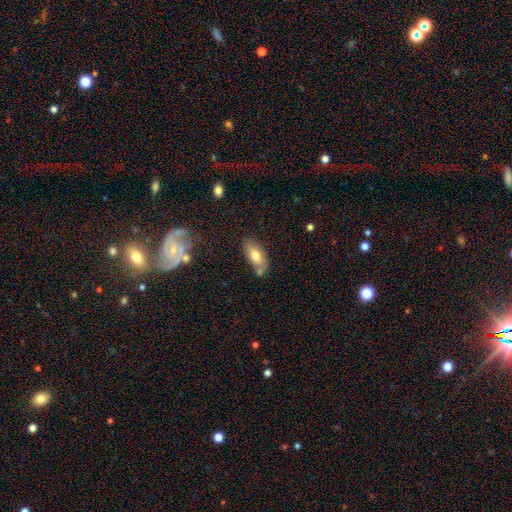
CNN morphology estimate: This appears to be a smooth galaxy with no disk features (71%) that is in between round and cigar-shaped (90%). Merging: none (63%).